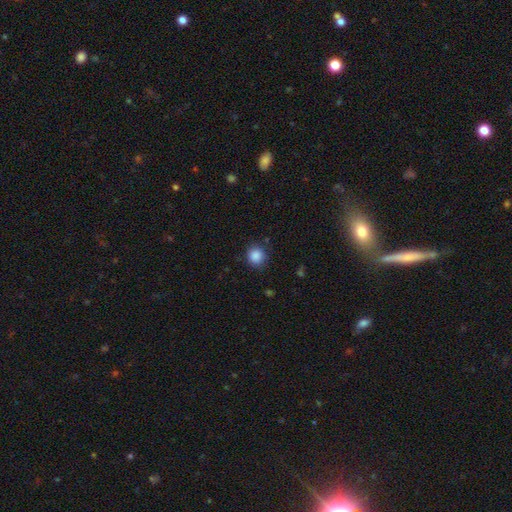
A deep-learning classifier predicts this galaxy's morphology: Q: Smooth or featured?
A: smooth (87%); runner-up: star or artifact (10%)
Q: How rounded?
A: round (88%); runner-up: in between (11%)
Q: Merging?
A: none (85%); runner-up: minor disturbance (11%)